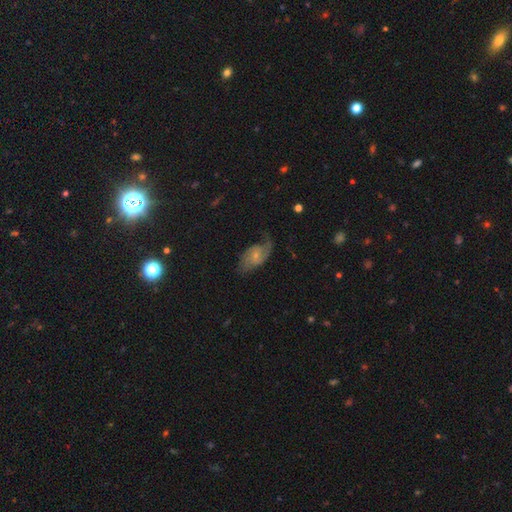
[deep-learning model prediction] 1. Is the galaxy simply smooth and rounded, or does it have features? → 73% featured or disk, 21% smooth, 7% star or artifact.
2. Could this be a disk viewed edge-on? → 96% no, 4% yes.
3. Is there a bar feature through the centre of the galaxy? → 70% no, 26% weak, 4% strong.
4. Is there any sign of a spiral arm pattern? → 91% yes, 9% no.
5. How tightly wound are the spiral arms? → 40% loose (tied), 40% medium (tied), 20% tight.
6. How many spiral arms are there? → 67% 2, 18% 1, 10% can't tell, 2% 3, 1% 4, 1% more than 4.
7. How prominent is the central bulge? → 68% small, 25% moderate, 4% none, 2% large, 1% dominant.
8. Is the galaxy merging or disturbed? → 54% none, 25% minor disturbance, 20% major disturbance, 2% merger.